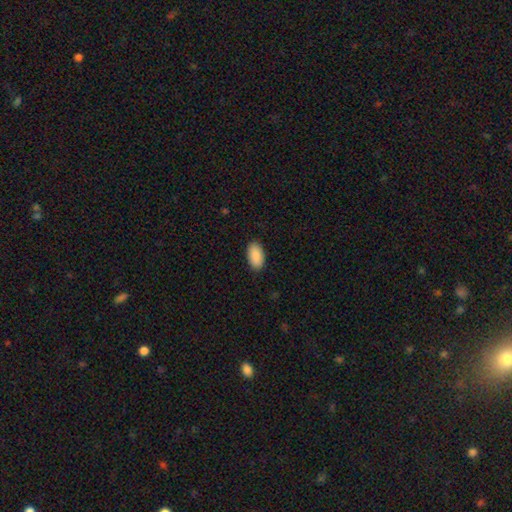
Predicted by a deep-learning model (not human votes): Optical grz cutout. It shows a smooth galaxy with no disk features (91%) that is in between round and cigar-shaped (95%). Merging: none (89%).